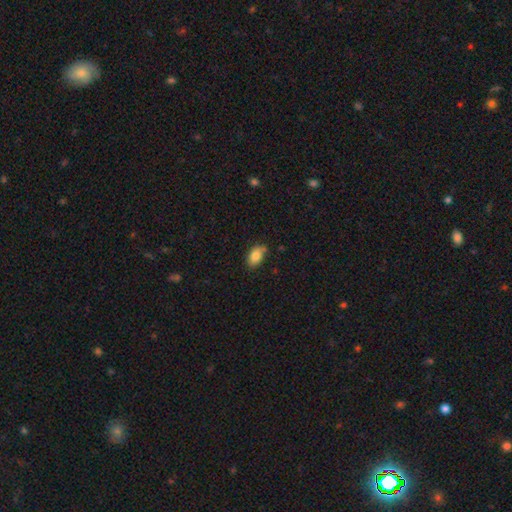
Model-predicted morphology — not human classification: Q: Smooth or featured?
A: smooth (85%); runner-up: star or artifact (8%)
Q: How rounded?
A: in between (90%); runner-up: round (8%)
Q: Merging?
A: none (74%); runner-up: minor disturbance (19%)